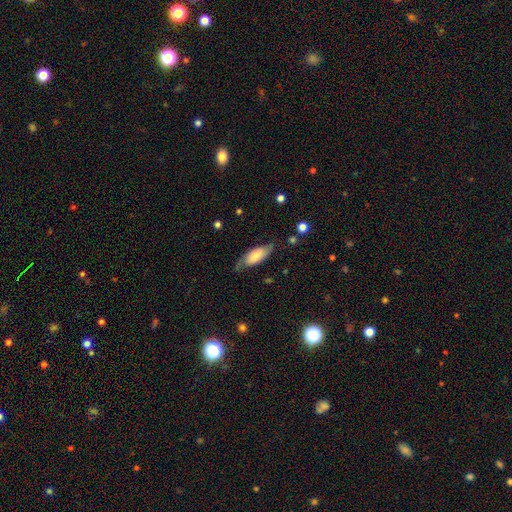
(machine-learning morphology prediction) type=smooth (53%); roundness=in between (83%); merging=none (59%).